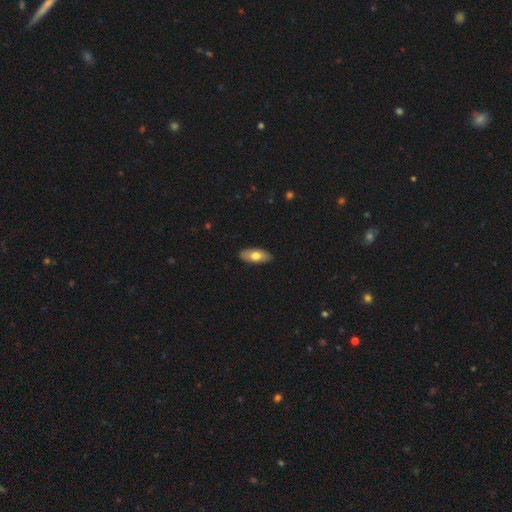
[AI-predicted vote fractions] This appears to be a smooth galaxy with no disk features (71%) that is in between round and cigar-shaped (87%). Merging: none (88%).